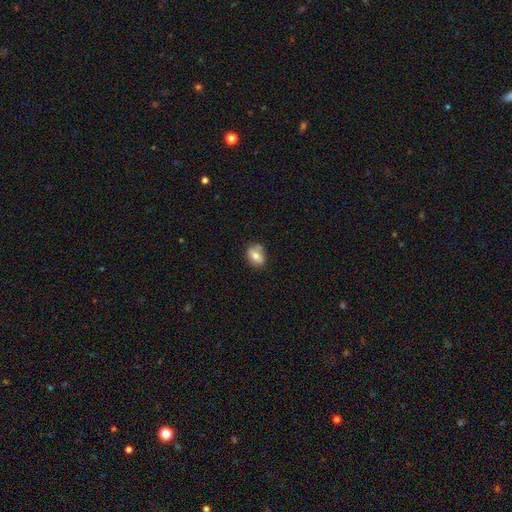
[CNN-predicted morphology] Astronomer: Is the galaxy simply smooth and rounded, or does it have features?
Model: smooth — 66%.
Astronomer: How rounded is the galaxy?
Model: in between — 68%.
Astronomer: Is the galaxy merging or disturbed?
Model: none — 65%.